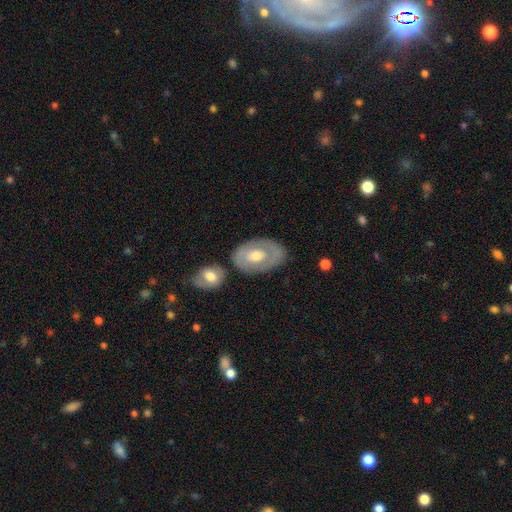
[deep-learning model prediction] A featured or disk galaxy (56%) with no bar (78%), no spiral arms (70%) and a moderate central bulge (71%). Merging: none (69%).